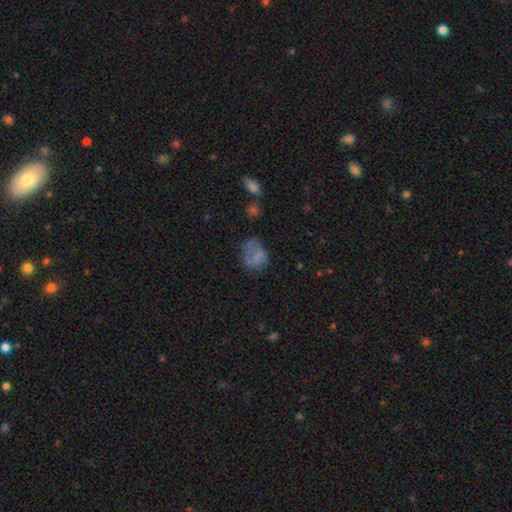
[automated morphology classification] Smooth or featured? smooth (62%)
How rounded? in between (52%)
Merging? none (44%)